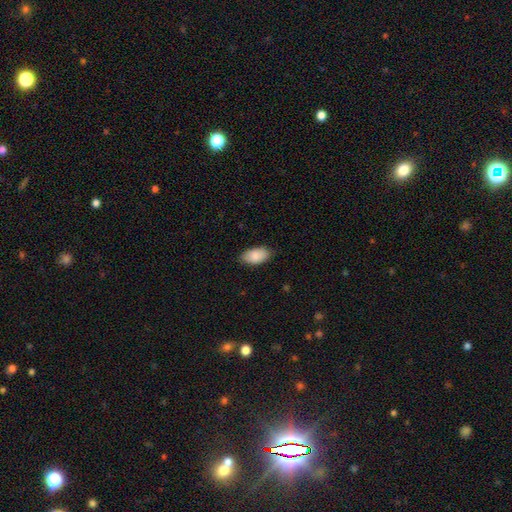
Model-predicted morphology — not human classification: smooth_or_featured: smooth (p=0.88) [alt: star or artifact p=0.06]
how_rounded: in between (p=0.95) [alt: round p=0.03]
merging: none (p=0.83) [alt: minor disturbance p=0.14]